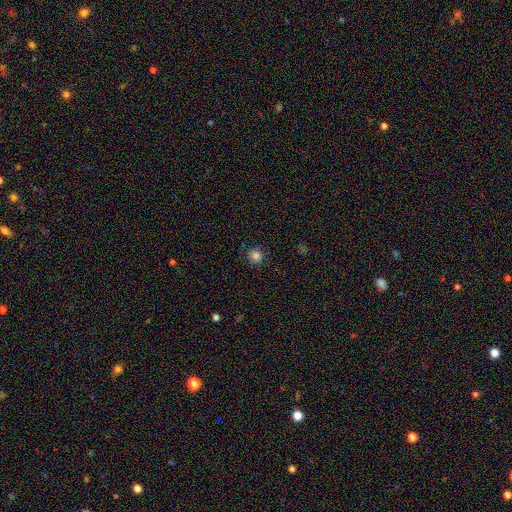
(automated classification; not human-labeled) Smooth or featured?
  - smooth: 83% *
  - star or artifact: 13%
  - featured or disk: 4%
How rounded?
  - round: 93% *
  - in between: 6%
  - cigar-shaped: 1%
Merging?
  - none: 88% *
  - minor disturbance: 8%
  - major disturbance: 2%
  - merger: 1%